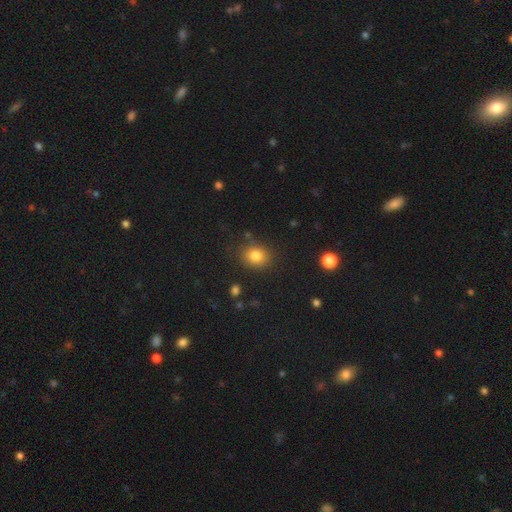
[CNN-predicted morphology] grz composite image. It shows a smooth galaxy with no disk features (82%) that is round (61%). Merging: none (83%).